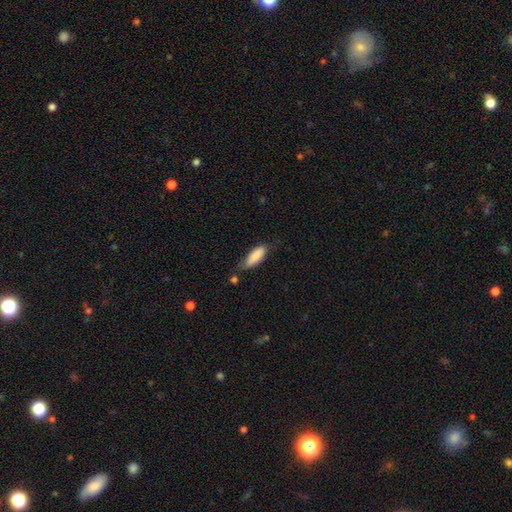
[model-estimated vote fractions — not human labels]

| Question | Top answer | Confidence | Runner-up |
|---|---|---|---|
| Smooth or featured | smooth | 84% | featured or disk (10%) |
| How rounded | in between | 64% | cigar-shaped (34%) |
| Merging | none | 60% | minor disturbance (28%) |